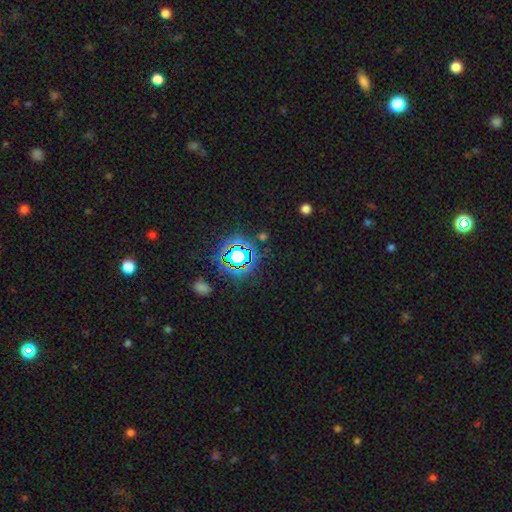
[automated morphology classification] Q: Smooth or featured?
A: star or artifact (80%); runner-up: smooth (13%)